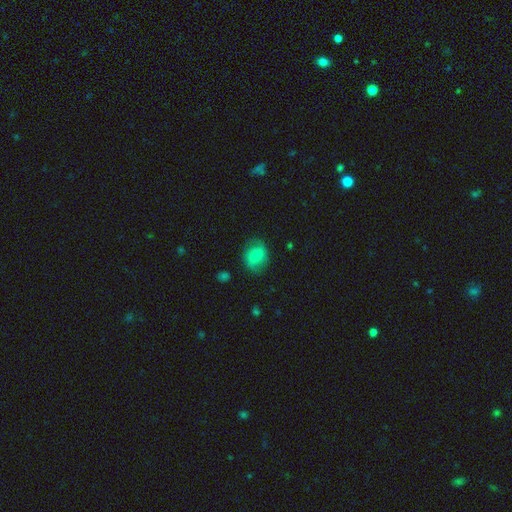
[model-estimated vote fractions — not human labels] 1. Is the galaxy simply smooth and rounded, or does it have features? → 66% smooth, 25% featured or disk, 8% star or artifact.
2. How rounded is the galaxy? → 60% round, 39% in between, 1% cigar-shaped.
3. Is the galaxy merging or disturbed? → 74% none, 19% minor disturbance, 6% major disturbance, 1% merger.